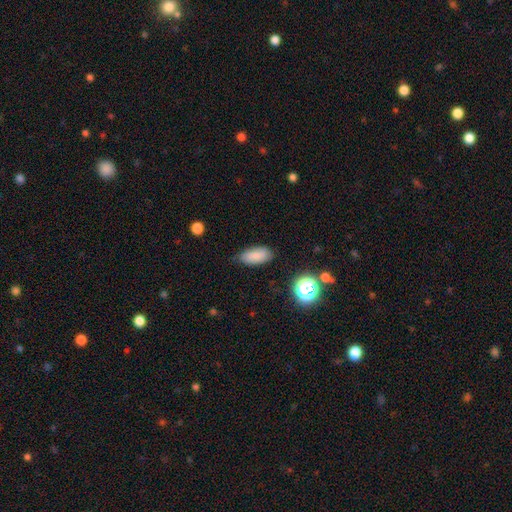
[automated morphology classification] A smooth galaxy with no disk features (83%) that is in between round and cigar-shaped (86%). Merging: none (77%).